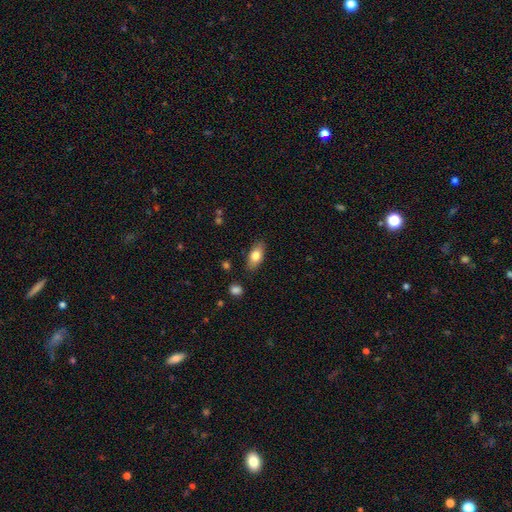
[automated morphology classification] smooth_or_featured: smooth (p=0.77) [alt: featured or disk p=0.16]
how_rounded: in between (p=0.86) [alt: cigar-shaped p=0.10]
merging: none (p=0.85) [alt: minor disturbance p=0.11]